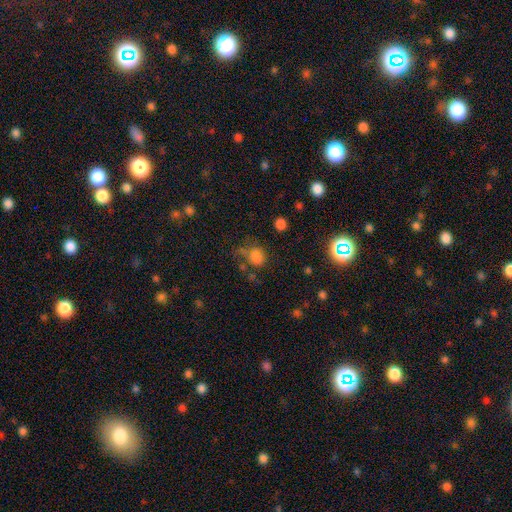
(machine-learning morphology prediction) Q: Smooth or featured?
A: smooth (71%); runner-up: star or artifact (19%)
Q: How rounded?
A: in between (57%); runner-up: round (42%)
Q: Merging?
A: none (43%); runner-up: minor disturbance (23%)